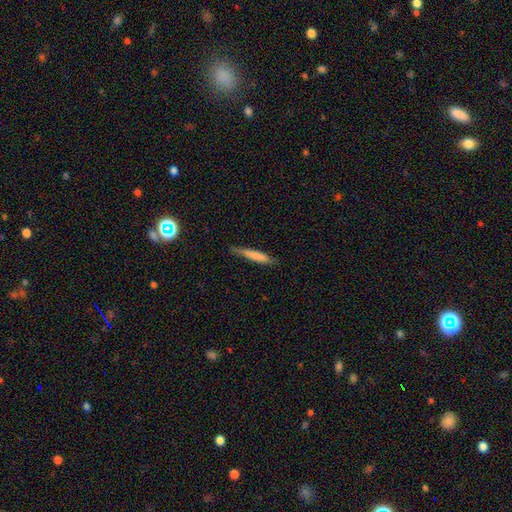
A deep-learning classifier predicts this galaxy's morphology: A smooth galaxy with no disk features (74%) that is cigar-shaped (91%). Merging: none (75%).